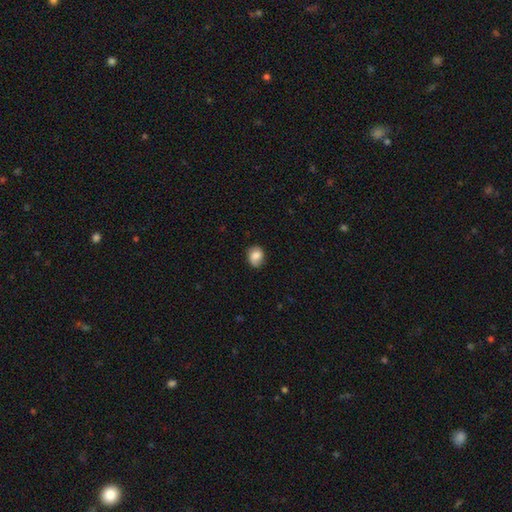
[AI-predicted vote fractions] Smooth or featured?
  - smooth: 74% *
  - featured or disk: 17%
  - star or artifact: 9%
How rounded?
  - round: 58% *
  - in between: 40%
  - cigar-shaped: 1%
Merging?
  - none: 73% *
  - minor disturbance: 21%
  - major disturbance: 5%
  - merger: 1%